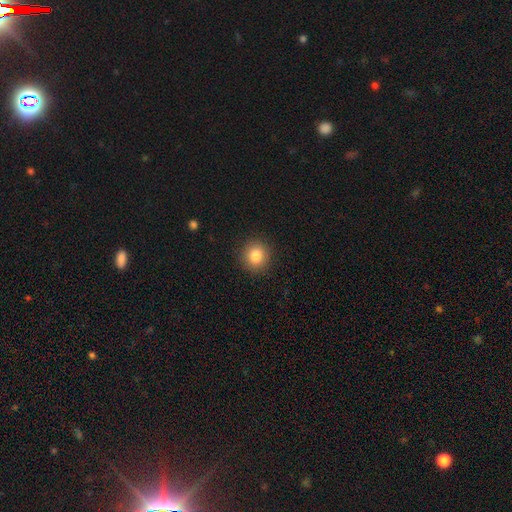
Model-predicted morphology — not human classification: Q: Smooth or featured?
A: smooth (82%); runner-up: star or artifact (11%)
Q: How rounded?
A: round (90%); runner-up: in between (9%)
Q: Merging?
A: none (91%); runner-up: minor disturbance (6%)